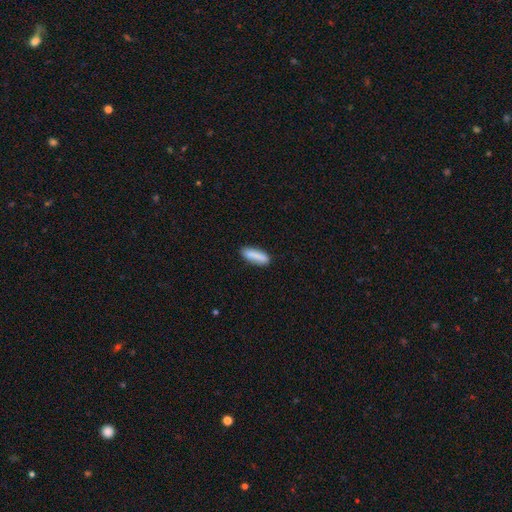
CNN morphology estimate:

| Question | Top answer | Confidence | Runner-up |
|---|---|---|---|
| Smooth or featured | smooth | 83% | featured or disk (10%) |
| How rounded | cigar-shaped | 56% | in between (42%) |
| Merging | none | 83% | minor disturbance (12%) |